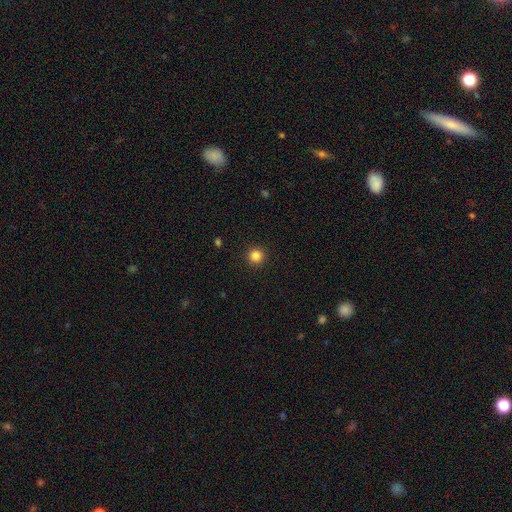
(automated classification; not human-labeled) Morphology: type=smooth (84%); roundness=round (96%); merging=none (92%).